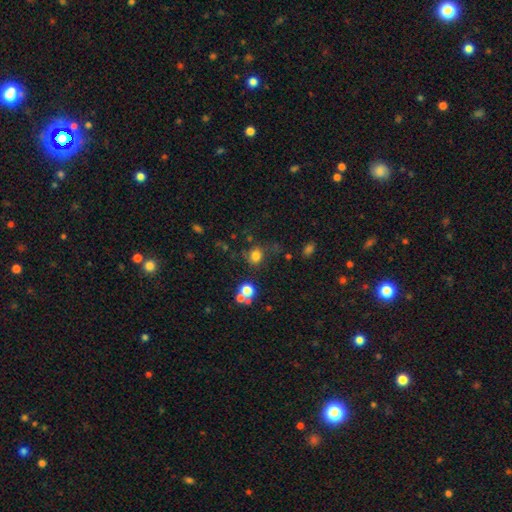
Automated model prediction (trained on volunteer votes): Smooth or featured? smooth (76%)
How rounded? round (78%)
Merging? none (66%)